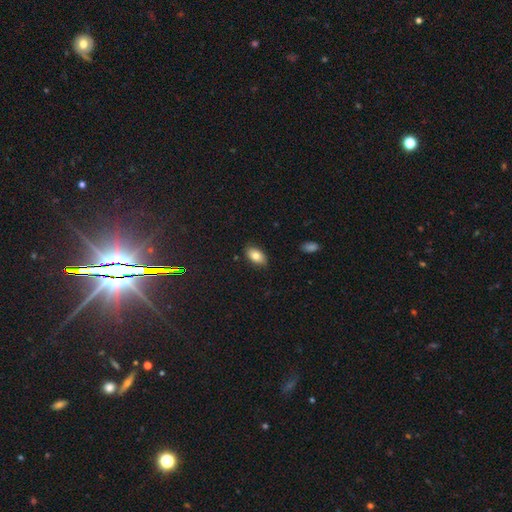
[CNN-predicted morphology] The model was most divided on "smooth or featured": smooth: 80%, featured or disk: 12%, star or artifact: 8%. More confident: how rounded — in between (92%); merging — none (85%).